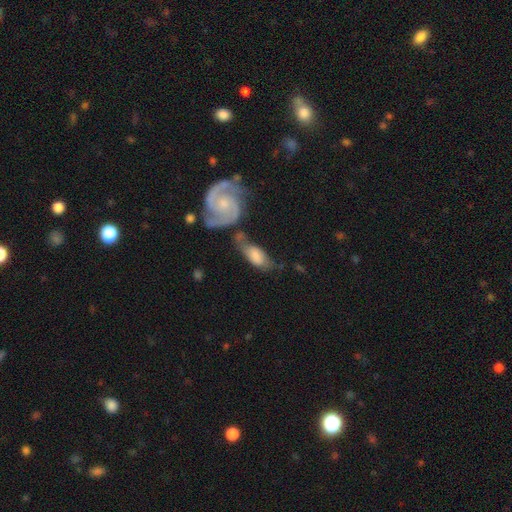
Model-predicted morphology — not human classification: smooth-or-featured: smooth: 58% | featured or disk: 35% | star or artifact: 7%
  how-rounded: in between: 84% | cigar-shaped: 12% | round: 4%
  merging: none: 33% | merger: 27% | minor disturbance: 24% | major disturbance: 16%